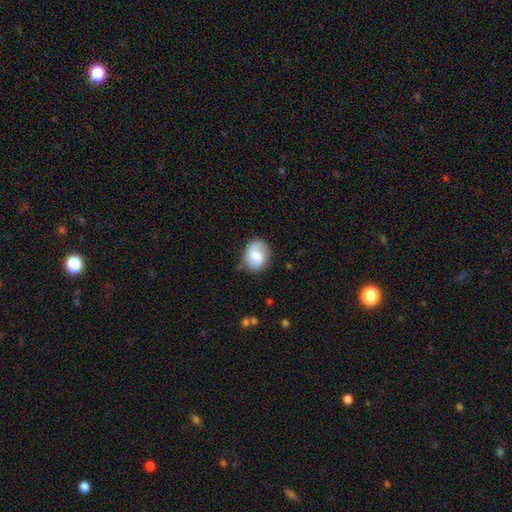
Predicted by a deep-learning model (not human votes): Q: Smooth or featured?
A: smooth (67%); runner-up: featured or disk (25%)
Q: How rounded?
A: round (58%); runner-up: in between (42%)
Q: Merging?
A: none (68%); runner-up: minor disturbance (24%)